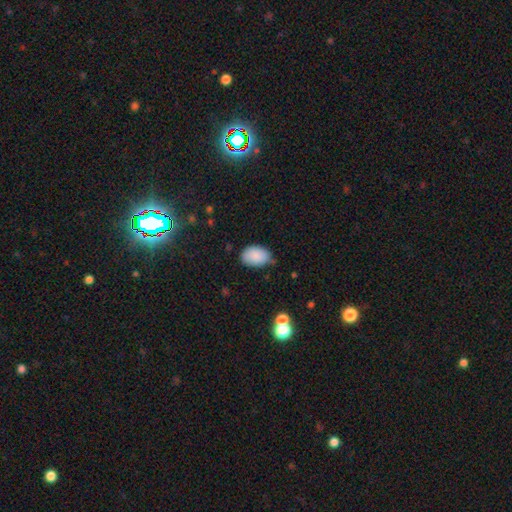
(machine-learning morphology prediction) Smooth or featured?
  - smooth: 88% *
  - star or artifact: 7%
  - featured or disk: 5%
How rounded?
  - in between: 88% *
  - round: 11%
  - cigar-shaped: 1%
Merging?
  - none: 71% *
  - minor disturbance: 23%
  - major disturbance: 4%
  - merger: 2%